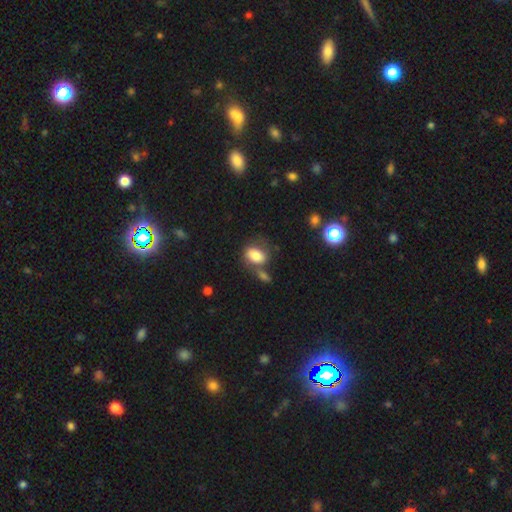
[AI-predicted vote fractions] smooth_or_featured: smooth (p=0.76) [alt: featured or disk p=0.15]
how_rounded: in between (p=0.78) [alt: round p=0.20]
merging: none (p=0.45) [alt: merger p=0.25]